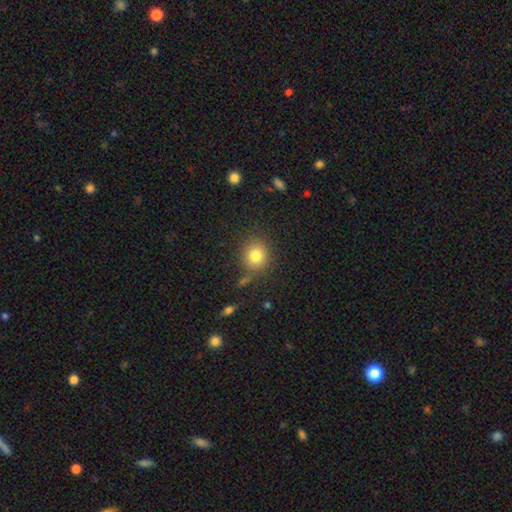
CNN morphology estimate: Smooth or featured? smooth (81%)
How rounded? round (82%)
Merging? none (80%)